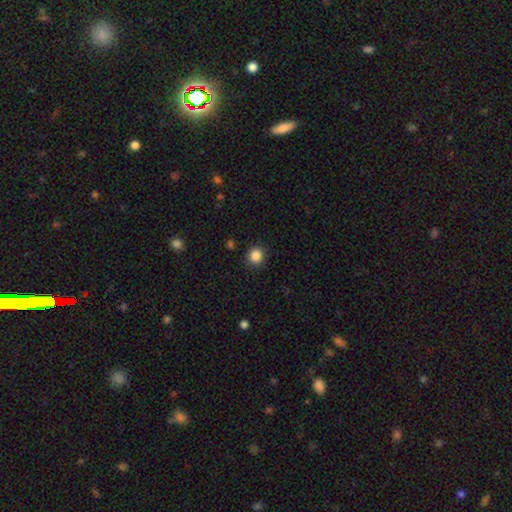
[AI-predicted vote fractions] This appears to be a smooth galaxy with no disk features (86%) that is round (88%). Merging: none (89%).